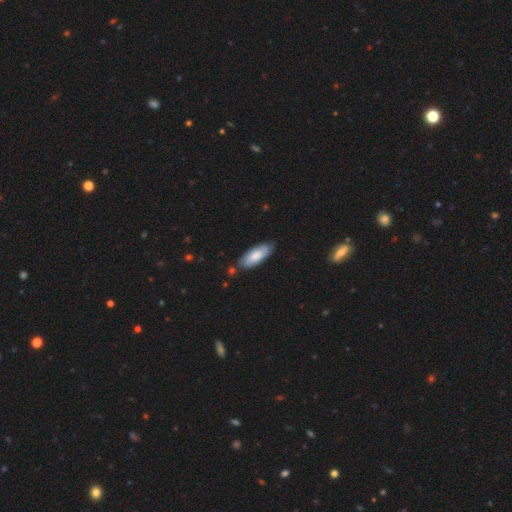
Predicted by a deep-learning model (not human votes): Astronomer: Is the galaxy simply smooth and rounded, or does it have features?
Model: smooth — 71%.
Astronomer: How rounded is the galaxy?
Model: in between — 72%.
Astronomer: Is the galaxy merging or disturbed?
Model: none — 75%.